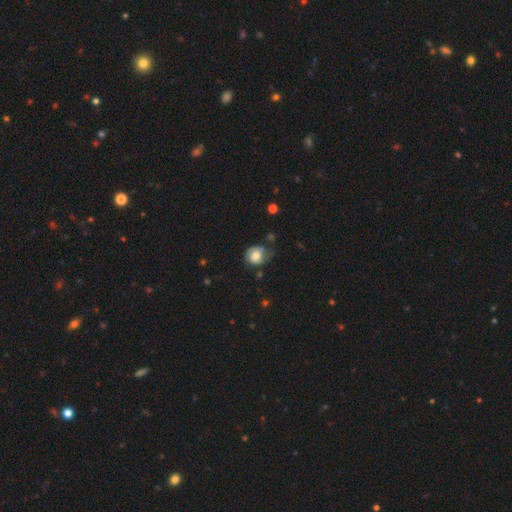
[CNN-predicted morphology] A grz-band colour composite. It shows a smooth galaxy with no disk features (64%) that is round (63%). Merging: none (42%).